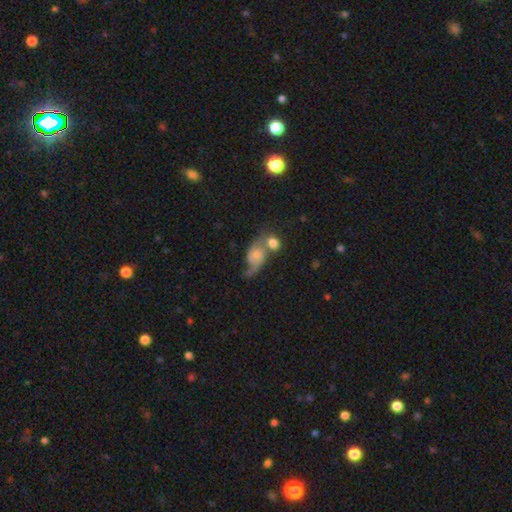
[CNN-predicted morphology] type=featured or disk (64%); edge-on=no (96%); bar=no (70%); spiral arms=yes (88%); winding=loose (58%); arm count=2 (70%); bulge=small (48%); merging=merger (48%).